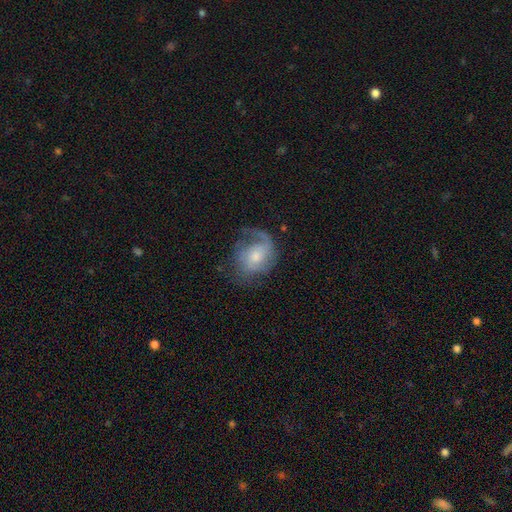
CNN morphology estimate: A featured or disk galaxy (67%) with no bar (66%), 1 (56%) medium (40%) spiral arms (87%) and a moderate central bulge (52%).

Vote fractions:
- Smooth or featured? featured or disk: 67% / smooth: 25% / star or artifact: 7%
- Edge-on disk? no: 97% / yes: 3%
- Bar? no: 66% / weak: 30% / strong: 5%
- Spiral arms? yes: 87% / no: 13%
- Spiral winding? medium: 40% / loose: 34% / tight: 26%
- Spiral arm count? 1: 56% / 2: 24% / can't tell: 13% / 3: 4% / 4: 2% / more than 4: 2%
- Bulge size? moderate: 52% / small: 35% / large: 7% / none: 4% / dominant: 1%
- Merging? none: 47% / major disturbance: 27% / minor disturbance: 24% / merger: 2%